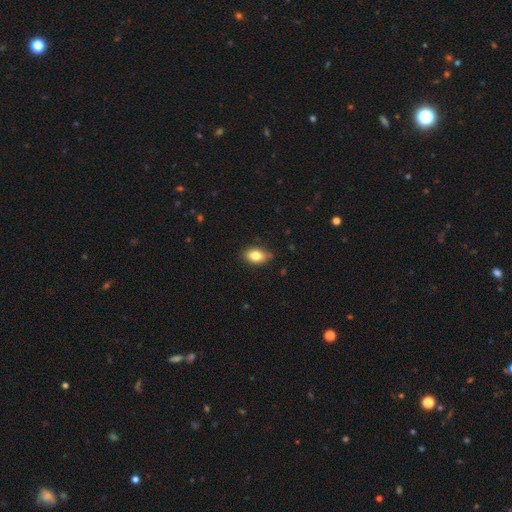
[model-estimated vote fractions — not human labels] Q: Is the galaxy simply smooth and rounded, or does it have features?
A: smooth — 83%.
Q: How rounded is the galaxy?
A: in between — 85%.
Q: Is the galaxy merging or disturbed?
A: none — 79%.